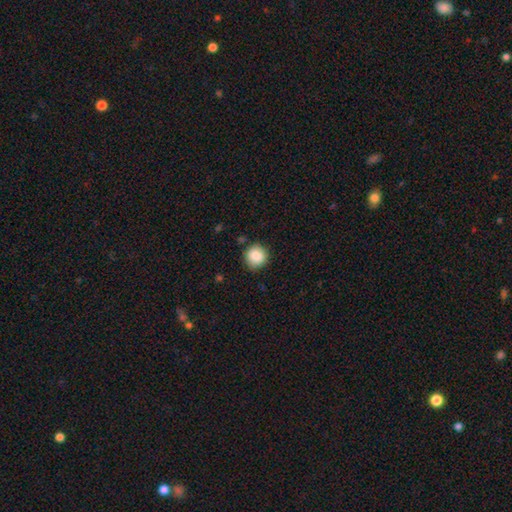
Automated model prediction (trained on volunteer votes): This appears to be a smooth galaxy with no disk features (88%) that is round (92%). Merging: none (87%).